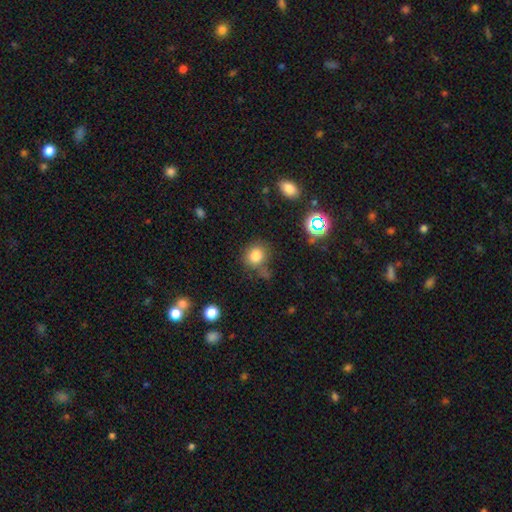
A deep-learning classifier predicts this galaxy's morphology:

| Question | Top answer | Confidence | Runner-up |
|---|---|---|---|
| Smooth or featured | smooth | 80% | star or artifact (14%) |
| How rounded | round | 73% | in between (26%) |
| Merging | none | 66% | minor disturbance (17%) |